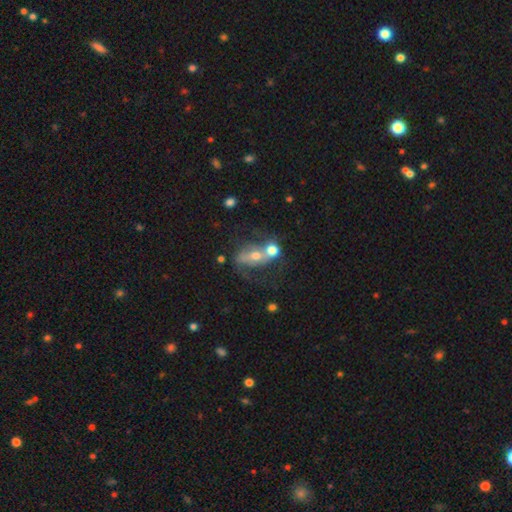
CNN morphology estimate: This appears to be a featured or disk galaxy (54%). Merging: merger (40%).